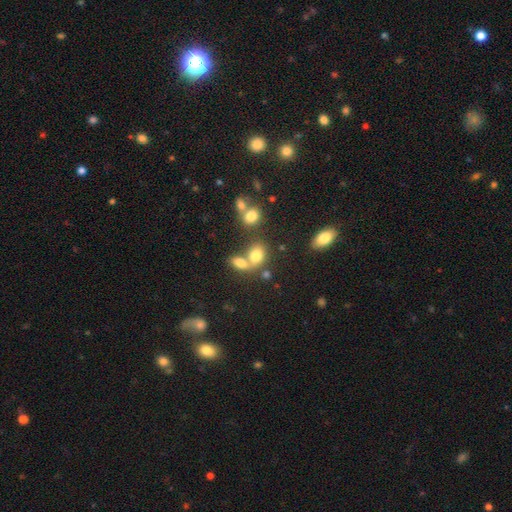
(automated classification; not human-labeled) Q: Smooth or featured?
A: smooth (75%); runner-up: star or artifact (13%)
Q: How rounded?
A: in between (62%); runner-up: round (36%)
Q: Merging?
A: merger (50%); runner-up: none (35%)